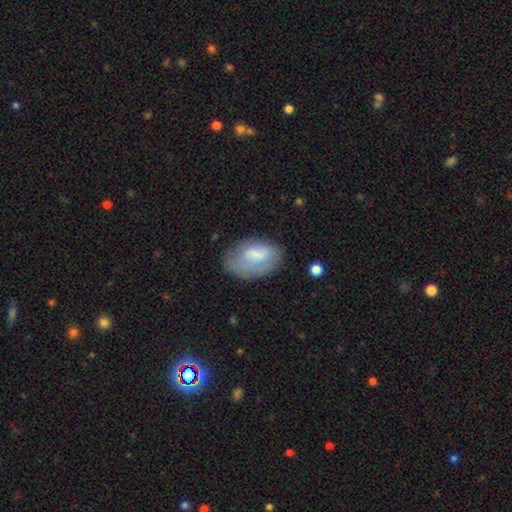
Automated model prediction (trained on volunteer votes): A smooth galaxy with no disk features (68%) that is in between round and cigar-shaped (90%).

Vote fractions:
- Smooth or featured? smooth: 68% / featured or disk: 25% / star or artifact: 7%
- How rounded? in between: 90% / round: 8% / cigar-shaped: 2%
- Merging? none: 57% / minor disturbance: 28% / major disturbance: 12% / merger: 2%